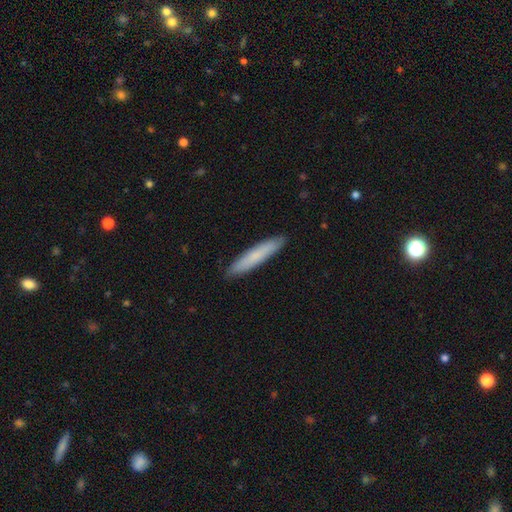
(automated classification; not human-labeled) Smooth or featured? smooth (76%)
How rounded? cigar-shaped (91%)
Merging? none (91%)